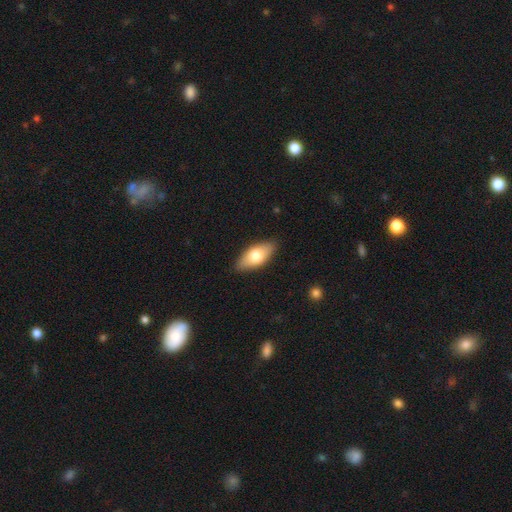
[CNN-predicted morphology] Smooth or featured?
  - smooth: 70% *
  - featured or disk: 24%
  - star or artifact: 6%
How rounded?
  - in between: 87% *
  - cigar-shaped: 10%
  - round: 3%
Merging?
  - none: 87% *
  - minor disturbance: 10%
  - major disturbance: 2%
  - merger: 1%